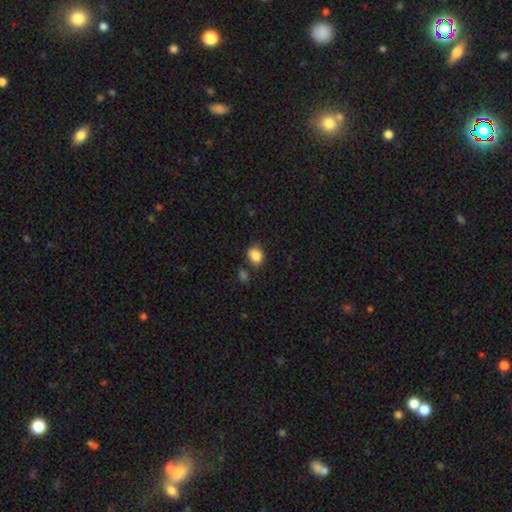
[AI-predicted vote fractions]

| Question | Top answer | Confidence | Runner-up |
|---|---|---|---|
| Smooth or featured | smooth | 86% | star or artifact (10%) |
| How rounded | round | 55% | in between (44%) |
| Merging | none | 75% | minor disturbance (15%) |